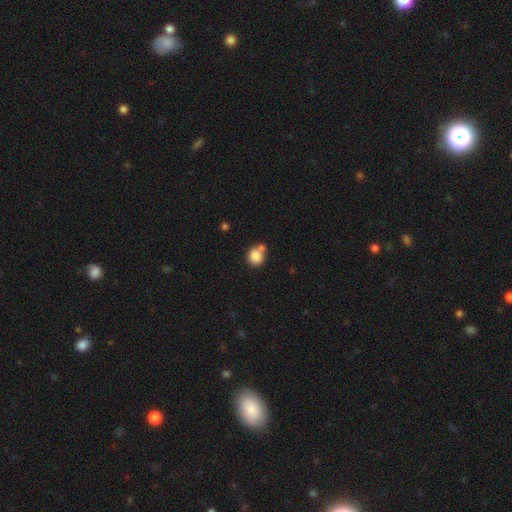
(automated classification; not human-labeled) Overall: smooth (84%). How rounded: round (85%). Merging: none (51%; merger 31%).